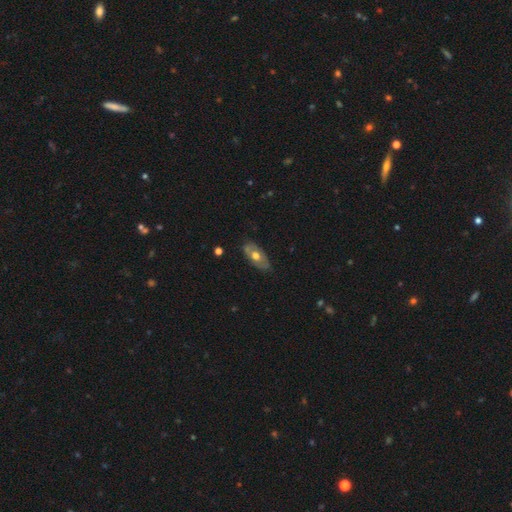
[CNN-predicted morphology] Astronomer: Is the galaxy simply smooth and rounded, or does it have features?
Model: featured or disk — 49% (runner-up: smooth, 45%).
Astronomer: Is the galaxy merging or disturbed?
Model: none — 76%.